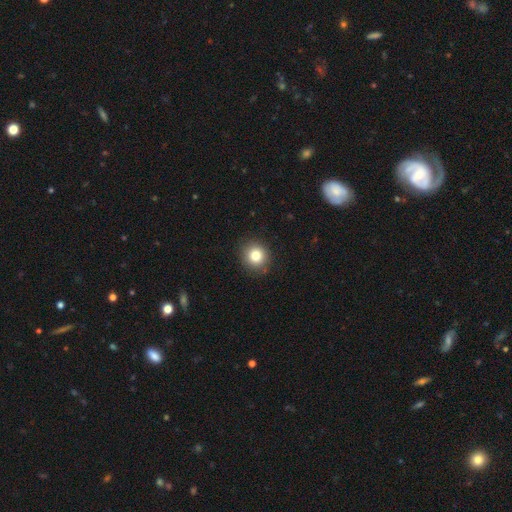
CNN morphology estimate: Smooth or featured? smooth (81%)
How rounded? round (88%)
Merging? none (89%)